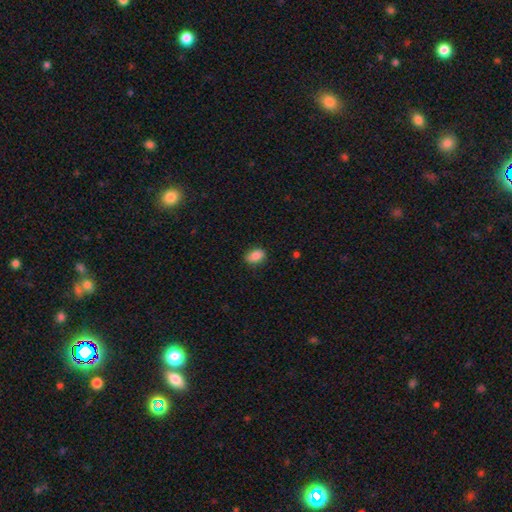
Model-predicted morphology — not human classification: smooth 86%, star or artifact 8%, featured or disk 6%. Down the decision tree: how rounded — in between (79%); merging — none (80%).